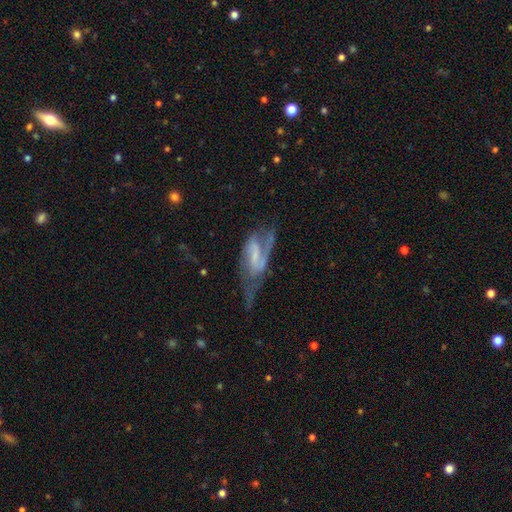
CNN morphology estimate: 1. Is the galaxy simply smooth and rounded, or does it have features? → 74% featured or disk, 18% smooth, 8% star or artifact.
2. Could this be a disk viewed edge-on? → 93% no, 7% yes.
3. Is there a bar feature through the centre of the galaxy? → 42% weak, 30% no, 28% strong.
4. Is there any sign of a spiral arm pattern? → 87% yes, 13% no.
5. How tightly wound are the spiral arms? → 44% medium, 35% loose, 20% tight.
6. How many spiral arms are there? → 66% 2, 18% 1, 11% can't tell, 3% 3, 1% 4, 1% more than 4.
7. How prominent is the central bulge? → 40% small, 36% none, 18% moderate, 5% large, 2% dominant.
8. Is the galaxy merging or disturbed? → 36% major disturbance, 34% none, 25% minor disturbance, 5% merger.